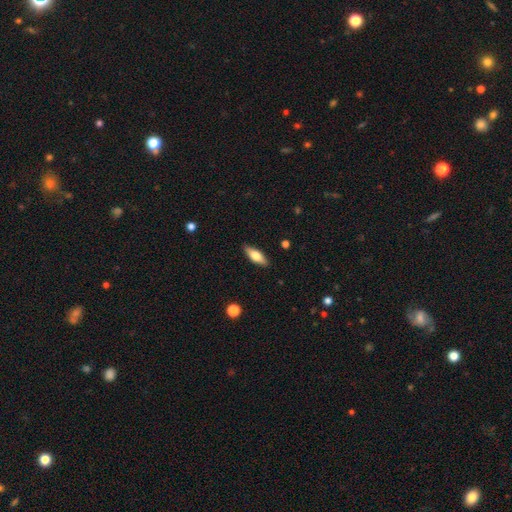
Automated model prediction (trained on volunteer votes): Smooth or featured?
  - smooth: 58% *
  - featured or disk: 36%
  - star or artifact: 6%
How rounded?
  - in between: 60% *
  - cigar-shaped: 38%
  - round: 3%
Merging?
  - none: 88% *
  - minor disturbance: 9%
  - major disturbance: 2%
  - merger: 1%